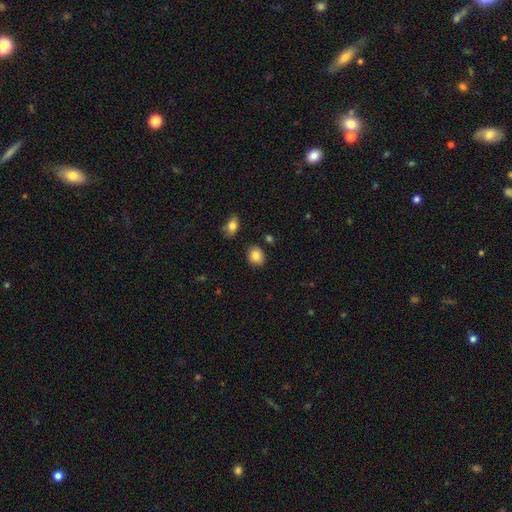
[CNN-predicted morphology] Q: Smooth or featured?
A: smooth (85%); runner-up: star or artifact (9%)
Q: How rounded?
A: round (55%); runner-up: in between (44%)
Q: Merging?
A: none (86%); runner-up: minor disturbance (9%)